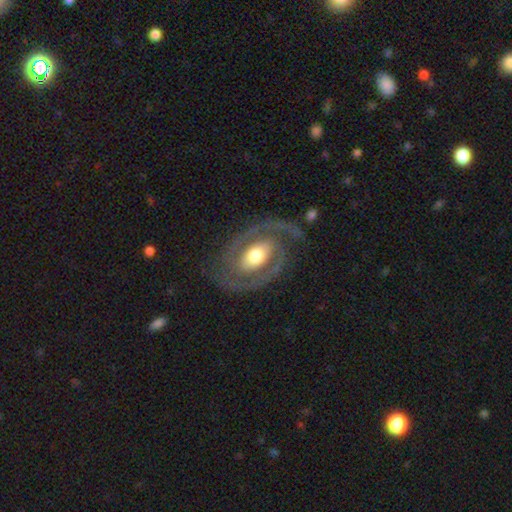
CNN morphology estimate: Smooth or featured? Predicted: featured or disk (p=0.84). Edge-on disk? Predicted: no (p=0.96). Bar? Predicted: no (p=0.56). Spiral arms? Predicted: yes (p=0.87). Spiral winding? Predicted: tight (p=0.44). Spiral arm count? Predicted: 2 (p=0.85). Bulge size? Predicted: moderate (p=0.58). Merging? Predicted: none (p=0.76).